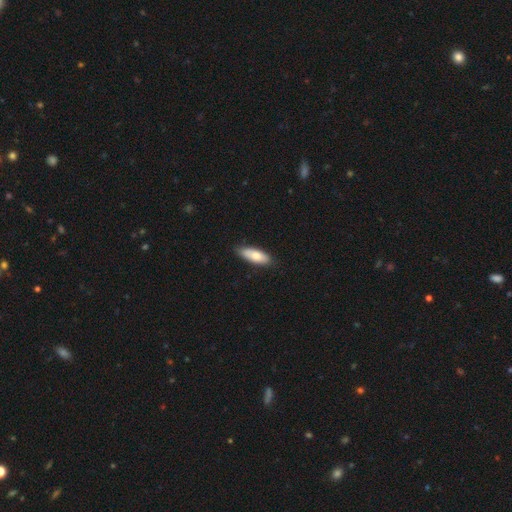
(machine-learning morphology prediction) type=smooth (75%); roundness=in between (67%); merging=none (84%).